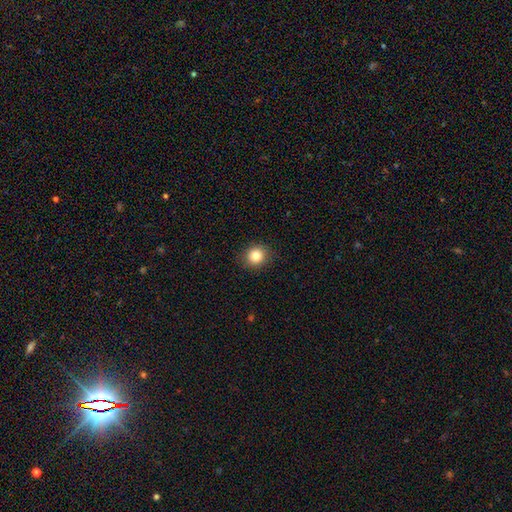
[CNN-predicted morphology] A smooth galaxy with no disk features (83%) that is round (84%). Merging: none (91%).